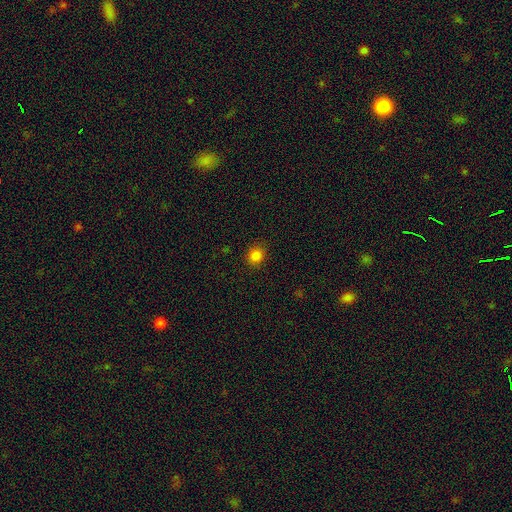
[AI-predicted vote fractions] smooth_or_featured: smooth (p=0.83) [alt: star or artifact p=0.14]
how_rounded: round (p=0.80) [alt: in between p=0.19]
merging: none (p=0.87) [alt: minor disturbance p=0.09]